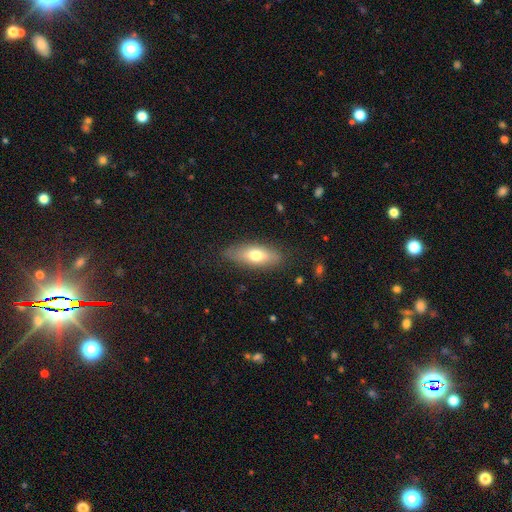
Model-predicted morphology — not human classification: smooth 67%, featured or disk 26%, star or artifact 7%. Down the decision tree: how rounded — in between (71%); merging — none (80%).